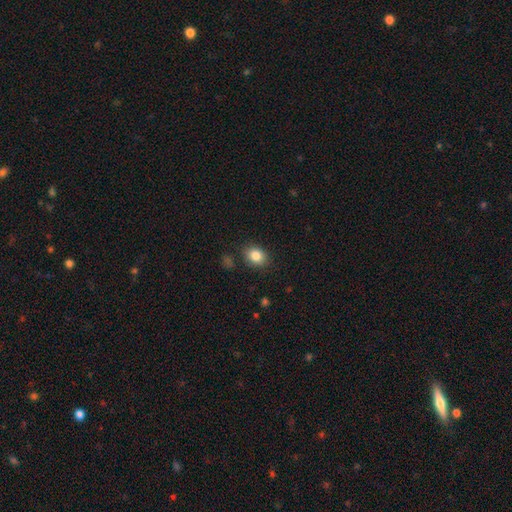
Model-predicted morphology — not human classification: Overall: smooth (84%). How rounded: in between (50%; round 49%). Merging: none (84%).